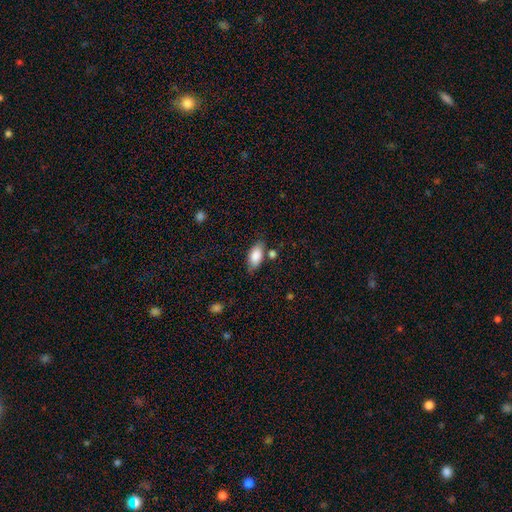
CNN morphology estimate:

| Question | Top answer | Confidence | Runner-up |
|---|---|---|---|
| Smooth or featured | smooth | 85% | featured or disk (9%) |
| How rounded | in between | 89% | cigar-shaped (8%) |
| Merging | none | 74% | minor disturbance (15%) |